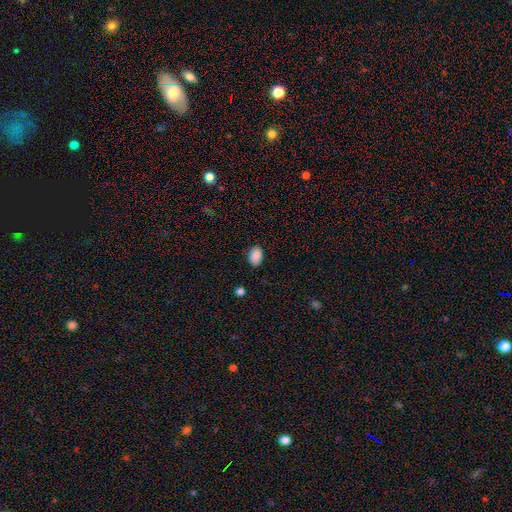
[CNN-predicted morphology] smooth 88%, star or artifact 8%, featured or disk 4%. Down the decision tree: how rounded — in between (85%); merging — none (80%).